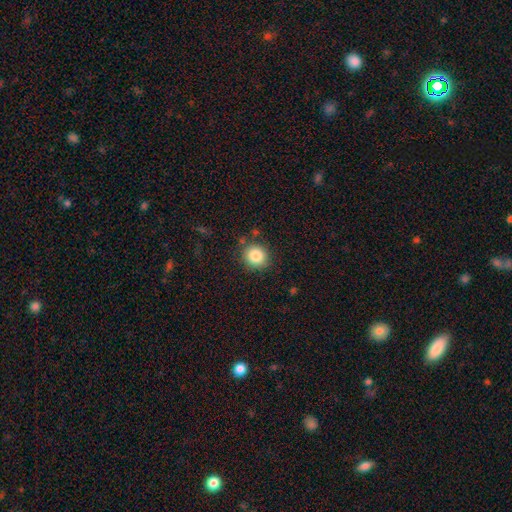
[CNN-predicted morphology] type=smooth (84%); roundness=round (88%); merging=none (85%).